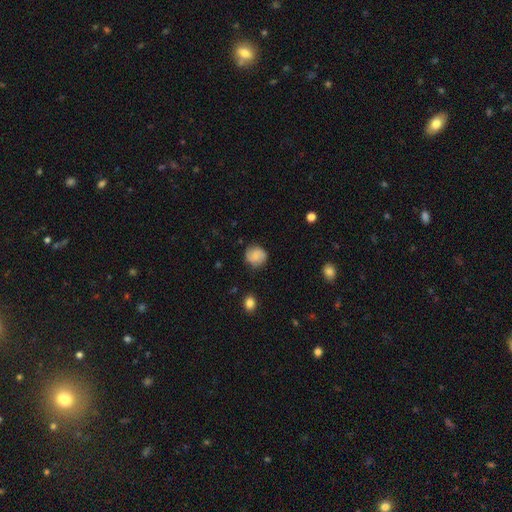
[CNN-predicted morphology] smooth 52%, featured or disk 40%, star or artifact 8%. Down the decision tree: how rounded — round (83%); merging — none (77%).